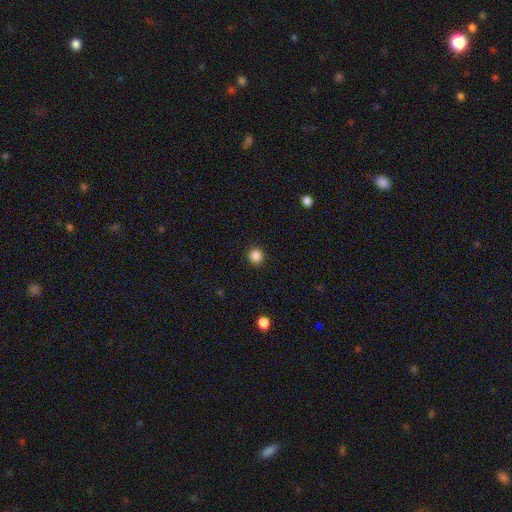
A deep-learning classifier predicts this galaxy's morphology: A smooth galaxy with no disk features (86%) that is round (95%). Merging: none (92%).